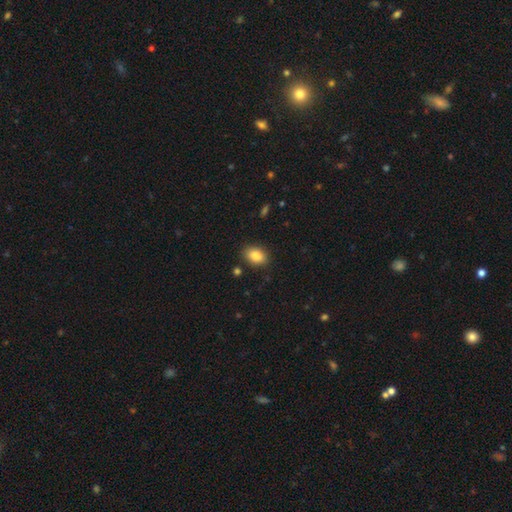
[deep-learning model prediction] smooth 86%, star or artifact 8%, featured or disk 6%. Down the decision tree: how rounded — in between (82%); merging — none (85%).